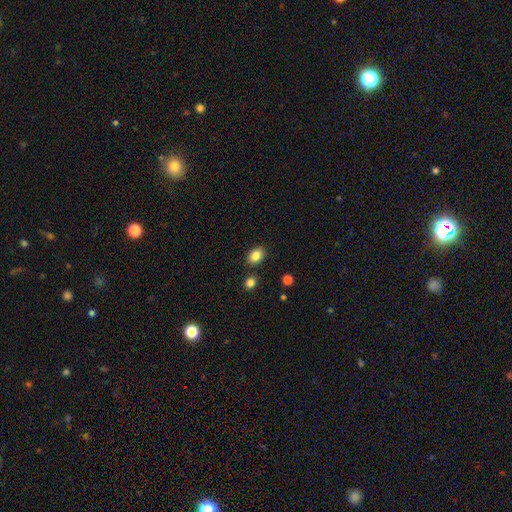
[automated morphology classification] smooth 85%, star or artifact 9%, featured or disk 6%. Down the decision tree: how rounded — in between (74%); merging — none (84%).